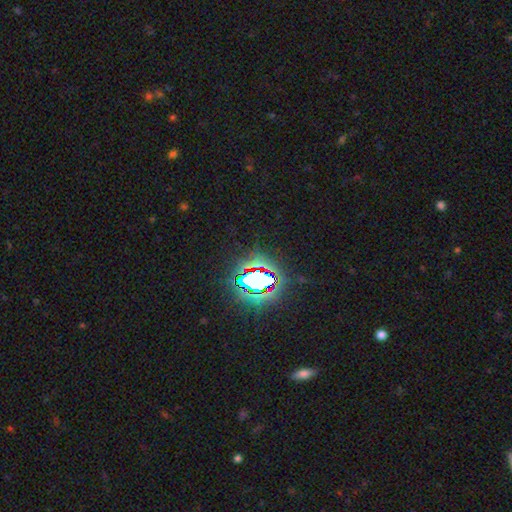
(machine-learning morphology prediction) The model was most divided on "smooth or featured": star or artifact: 83%, smooth: 11%, featured or disk: 7%.